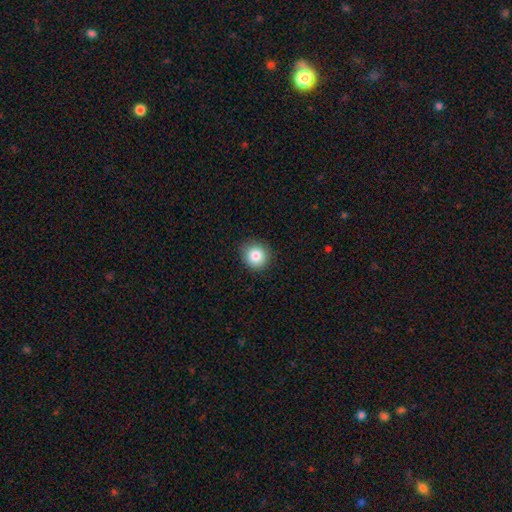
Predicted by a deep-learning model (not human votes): smooth 83%, star or artifact 10%, featured or disk 7%. Down the decision tree: how rounded — round (91%); merging — none (89%).